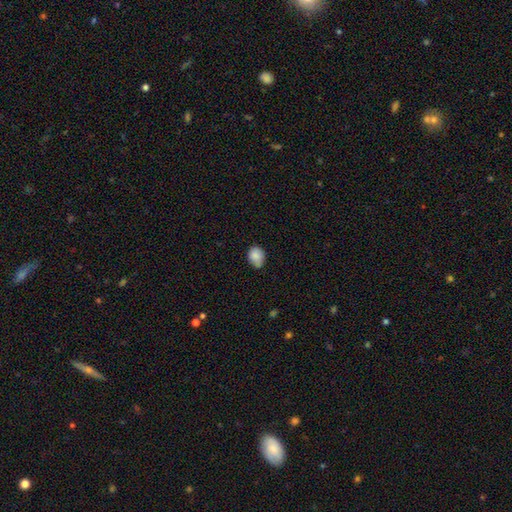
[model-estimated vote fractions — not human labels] smooth 85%, star or artifact 8%, featured or disk 7%. Down the decision tree: how rounded — in between (50%); merging — none (59%).